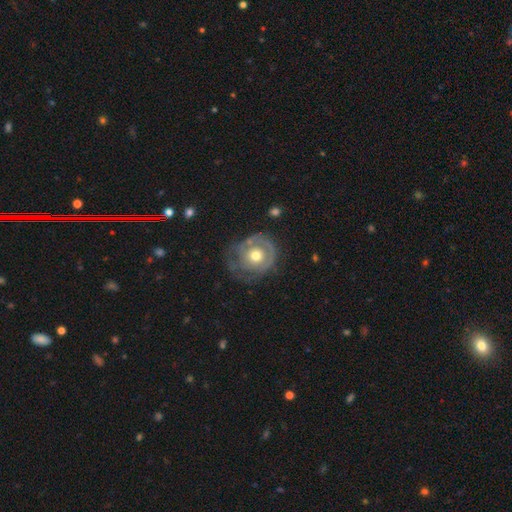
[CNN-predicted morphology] Smooth or featured?
  - featured or disk: 61% *
  - smooth: 33%
  - star or artifact: 6%
Edge-on disk?
  - no: 97% *
  - yes: 3%
Bar?
  - no: 87% *
  - weak: 11%
  - strong: 2%
Spiral arms?
  - yes: 52% *
  - no: 48%
Bulge size?
  - moderate: 71% *
  - small: 16%
  - large: 11%
  - dominant: 1%
  - none: 1%
Merging?
  - none: 53% *
  - minor disturbance: 26%
  - major disturbance: 19%
  - merger: 2%